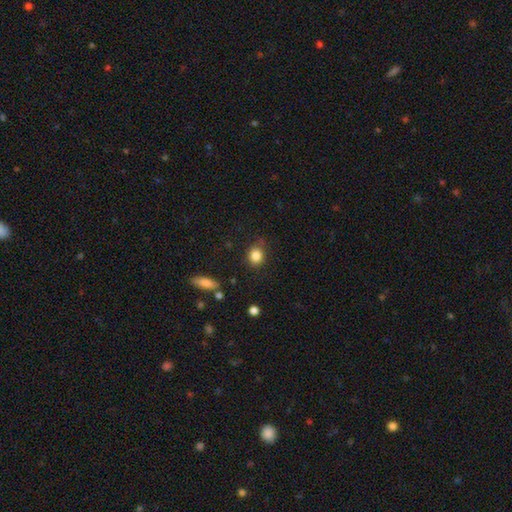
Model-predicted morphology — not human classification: smooth-or-featured: smooth: 84% | star or artifact: 10% | featured or disk: 6%
  how-rounded: round: 71% | in between: 27% | cigar-shaped: 1%
  merging: none: 78% | minor disturbance: 17% | major disturbance: 4% | merger: 2%